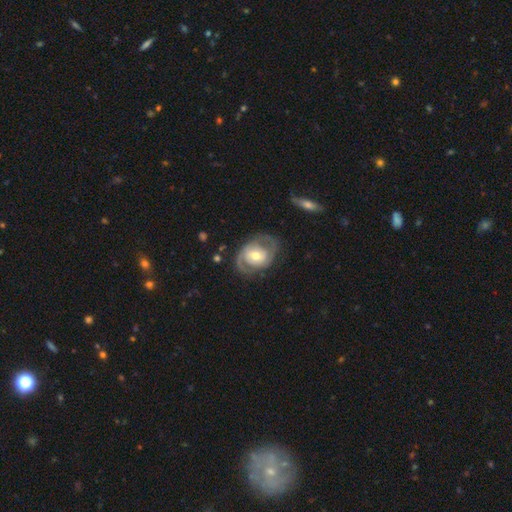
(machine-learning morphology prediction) This is clearly a featured or disk galaxy (81%). It is clearly not viewed edge-on (97%). Bar: possibly no (55%). Spiral arm pattern: clearly yes (89%). Spiral arm count: clearly 2 (82%). Spiral winding: marginally medium (43%). Central bulge: likely moderate (67%). Merging: likely none (72%).